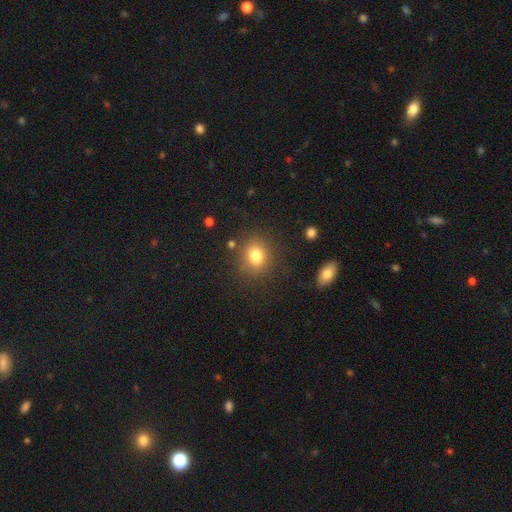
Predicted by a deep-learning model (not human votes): A smooth galaxy with no disk features (81%) that is round (69%).

Vote fractions:
- Smooth or featured? smooth: 81% / star or artifact: 12% / featured or disk: 8%
- How rounded? round: 69% / in between: 30% / cigar-shaped: 1%
- Merging? none: 82% / minor disturbance: 10% / major disturbance: 4% / merger: 4%